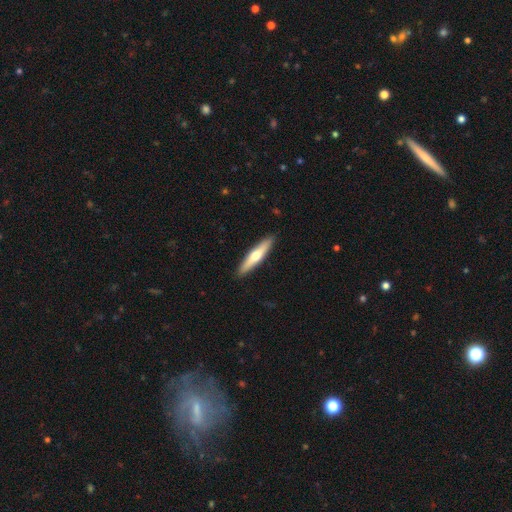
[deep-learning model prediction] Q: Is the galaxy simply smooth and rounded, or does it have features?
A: smooth — 52%.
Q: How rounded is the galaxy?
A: cigar-shaped — 85%.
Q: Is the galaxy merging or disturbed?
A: none — 91%.